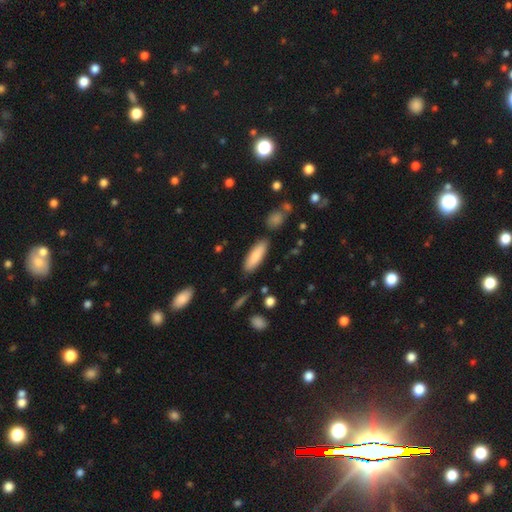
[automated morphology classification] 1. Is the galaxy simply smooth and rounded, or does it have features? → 84% smooth, 10% featured or disk, 6% star or artifact.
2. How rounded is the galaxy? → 50% in between, 48% cigar-shaped, 2% round.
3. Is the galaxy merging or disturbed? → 84% none, 10% minor disturbance, 3% merger, 2% major disturbance.